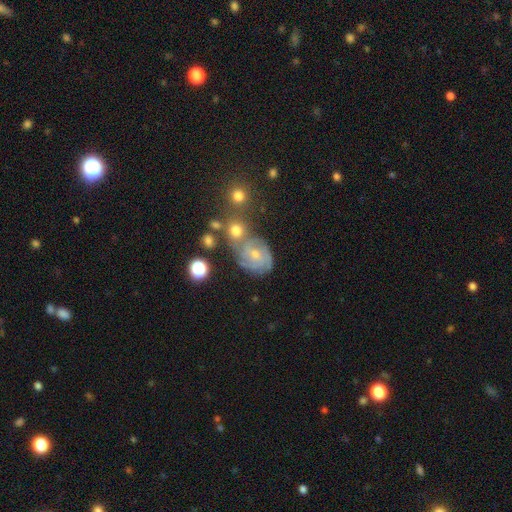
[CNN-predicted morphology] The model was most divided on "spiral arm count": 3: 31%, can't tell: 29%, 4: 18%, 2: 11%, more than 4: 6%, 1: 6%. Remaining: edge-on disk — no (97%); spiral arms — yes (92%); bar — no (71%); smooth or featured — featured or disk (71%); spiral winding — tight (58%); bulge size — small (58%); merging — none (48%).